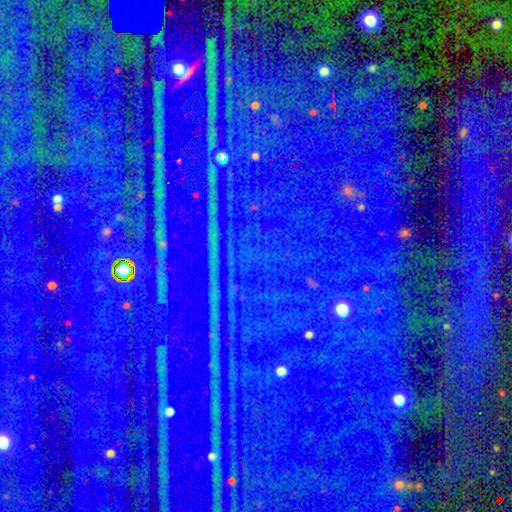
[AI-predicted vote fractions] Smooth or featured?
  - star or artifact: 84% *
  - smooth: 8%
  - featured or disk: 7%